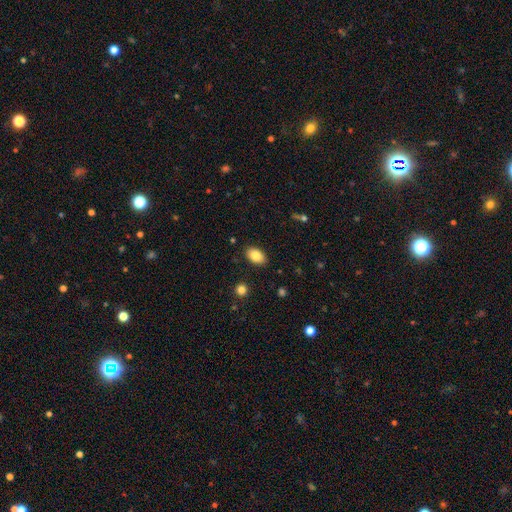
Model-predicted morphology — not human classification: This appears to be a smooth galaxy with no disk features (87%) that is in between round and cigar-shaped (90%). Merging: none (88%).